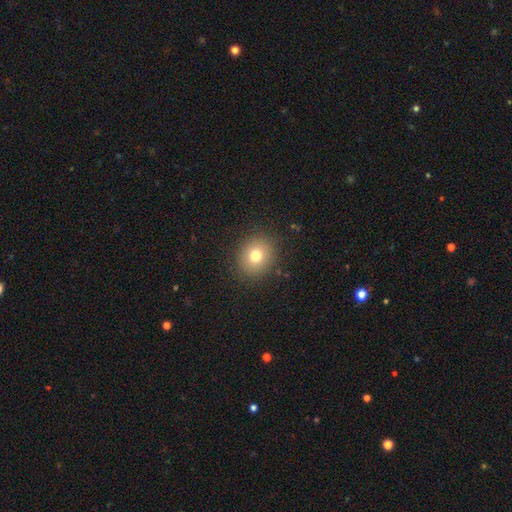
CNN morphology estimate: Smooth or featured? Predicted: smooth (p=0.75). How rounded? Predicted: round (p=0.77). Merging? Predicted: none (p=0.88).